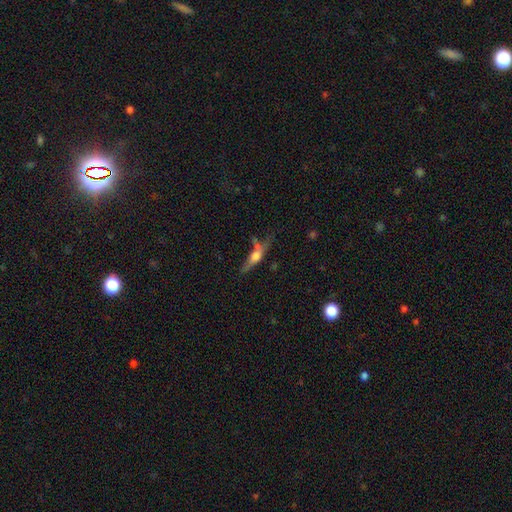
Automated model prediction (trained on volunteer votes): Smooth or featured: featured or disk — 55% (smooth — 35%)
Edge-on disk: yes — 87% (no — 13%)
Merging: none — 51% (minor disturbance — 19%)